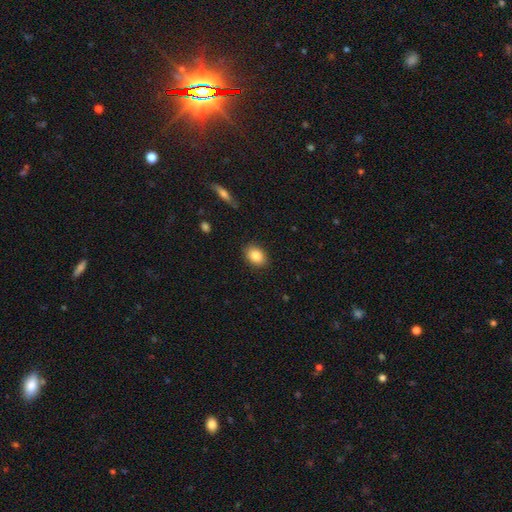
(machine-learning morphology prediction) smooth 84%, star or artifact 8%, featured or disk 7%. Down the decision tree: how rounded — in between (73%); merging — none (88%).